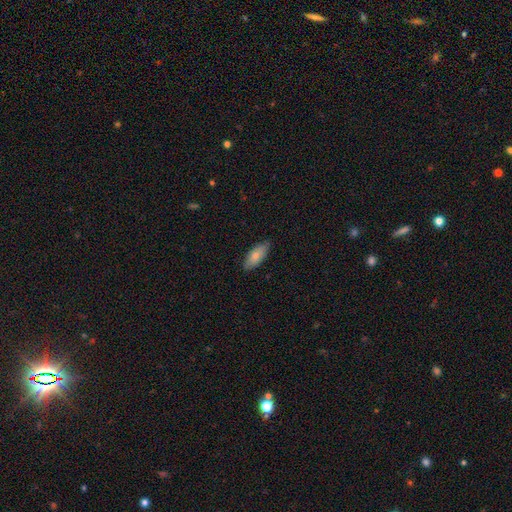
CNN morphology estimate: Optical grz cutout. It shows a smooth galaxy with no disk features (77%) that is in between round and cigar-shaped (82%). Merging: none (83%).